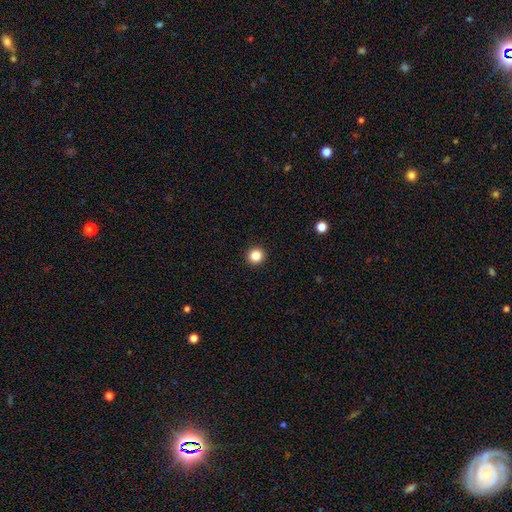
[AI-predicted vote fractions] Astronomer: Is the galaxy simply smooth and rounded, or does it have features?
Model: smooth — 85%.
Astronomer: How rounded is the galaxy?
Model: round — 95%.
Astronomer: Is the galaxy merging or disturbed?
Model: none — 94%.